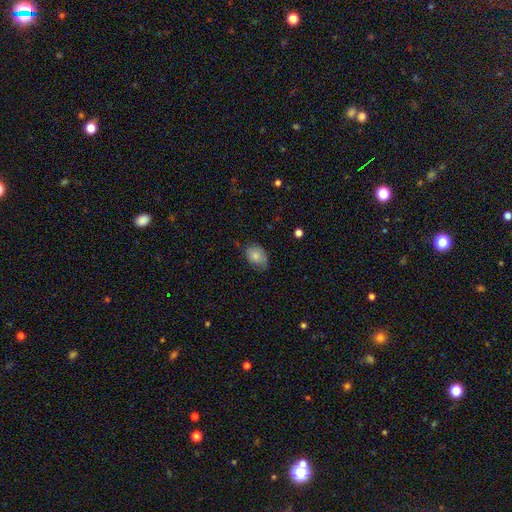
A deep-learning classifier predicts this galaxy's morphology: smooth-or-featured: smooth: 82% | featured or disk: 10% | star or artifact: 8%
  how-rounded: in between: 77% | round: 22% | cigar-shaped: 1%
  merging: none: 68% | minor disturbance: 26% | major disturbance: 5% | merger: 1%